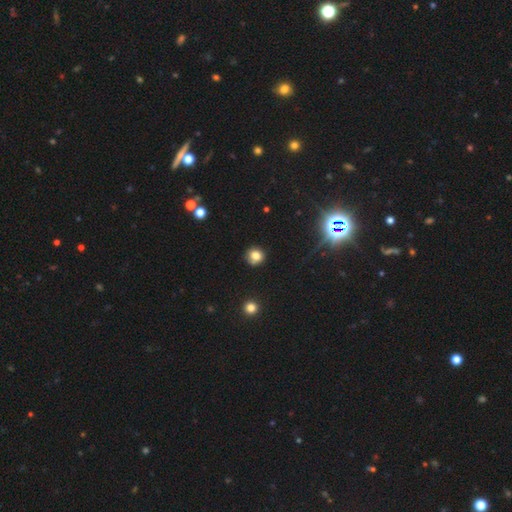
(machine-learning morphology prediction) Overall: smooth (78%). How rounded: round (87%). Merging: none (79%).